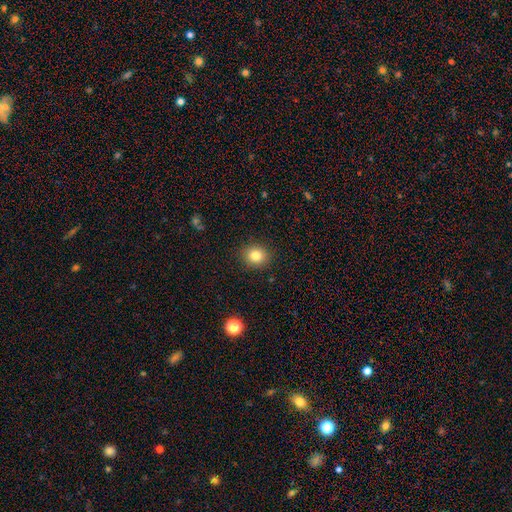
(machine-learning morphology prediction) smooth_or_featured: smooth (p=0.82) [alt: star or artifact p=0.11]
how_rounded: round (p=0.76) [alt: in between p=0.23]
merging: none (p=0.90) [alt: minor disturbance p=0.07]